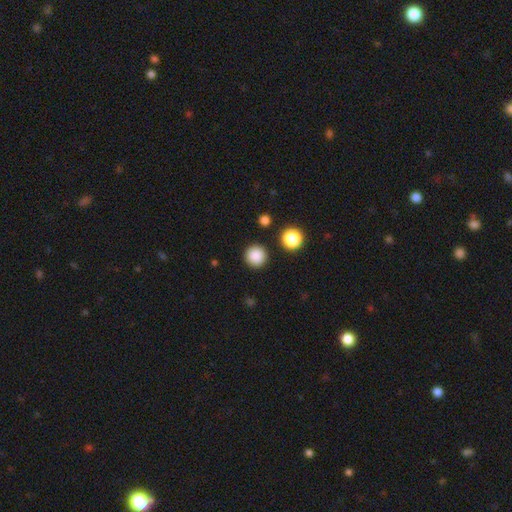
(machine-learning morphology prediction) smooth-or-featured: smooth: 86% | star or artifact: 10% | featured or disk: 3%
  how-rounded: round: 96% | in between: 3% | cigar-shaped: 1%
  merging: none: 90% | minor disturbance: 6% | major disturbance: 2% | merger: 2%